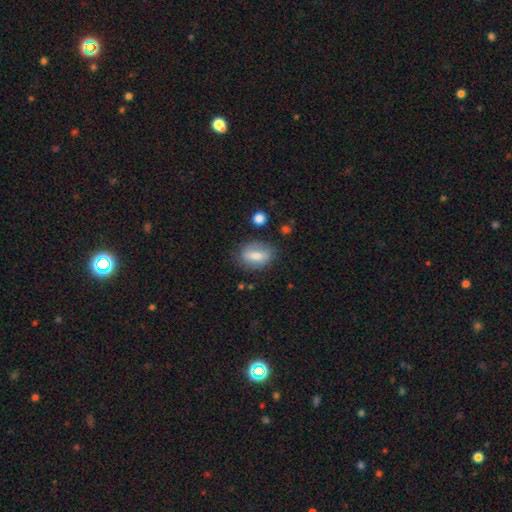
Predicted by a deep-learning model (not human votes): Smooth or featured? Predicted: smooth (p=0.69). How rounded? Predicted: in between (p=0.76). Merging? Predicted: none (p=0.73).